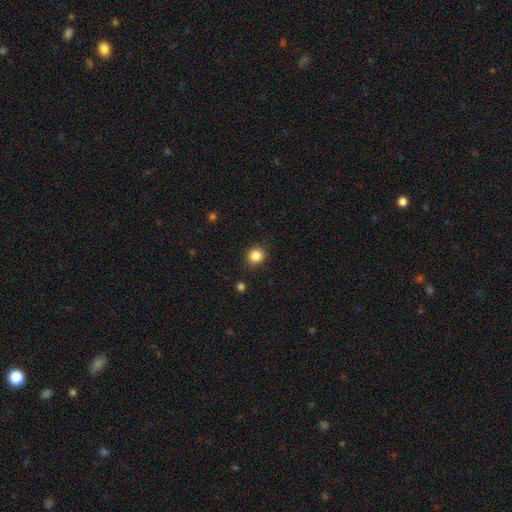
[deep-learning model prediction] smooth-or-featured: smooth: 85% | star or artifact: 10% | featured or disk: 4%
  how-rounded: round: 87% | in between: 12% | cigar-shaped: 1%
  merging: none: 89% | minor disturbance: 7% | major disturbance: 2% | merger: 1%